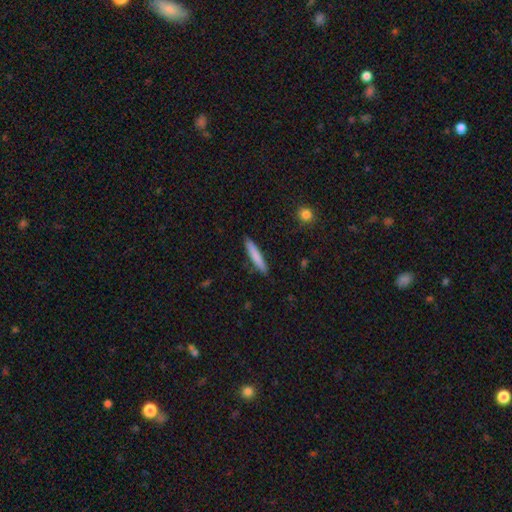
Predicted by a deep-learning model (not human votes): This appears to be a smooth galaxy with no disk features (79%) that is cigar-shaped (93%). Merging: none (89%).